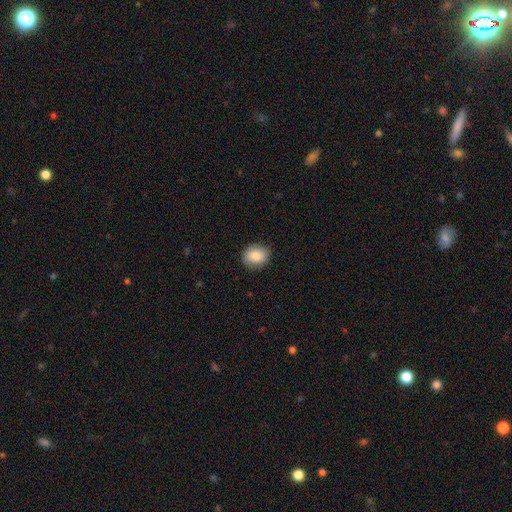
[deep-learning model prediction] The model was most divided on "how rounded": round: 57%, in between: 42%, cigar-shaped: 1%. More confident: merging — none (88%); smooth or featured — smooth (85%).